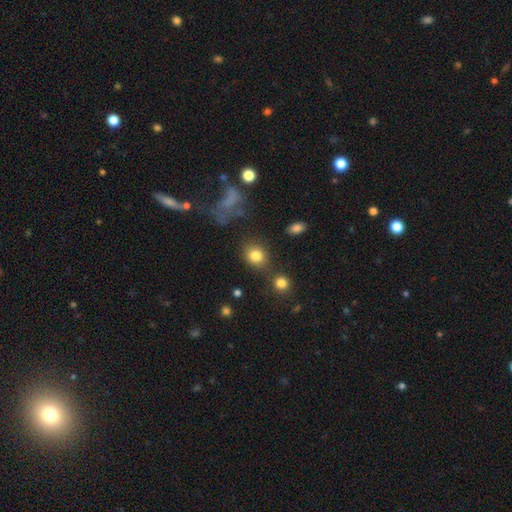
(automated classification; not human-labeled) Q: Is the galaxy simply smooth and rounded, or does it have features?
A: smooth — 82%.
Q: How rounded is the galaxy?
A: round — 67%.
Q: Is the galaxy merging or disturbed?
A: none — 73%.